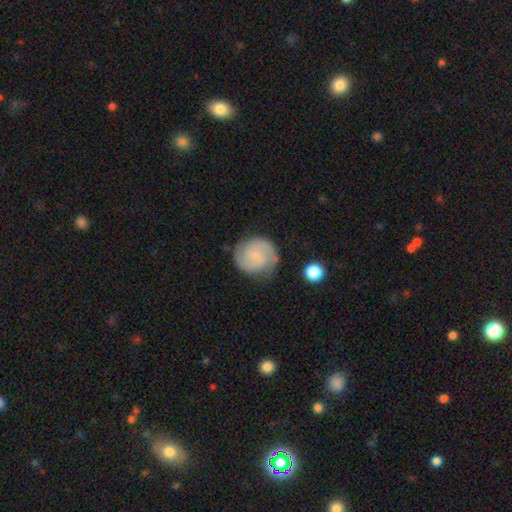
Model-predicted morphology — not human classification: A featured or disk galaxy (66%) with no bar (65%), 2 (82%) tight (48%) spiral arms (94%) and a small central bulge (71%). Merging: none (76%).